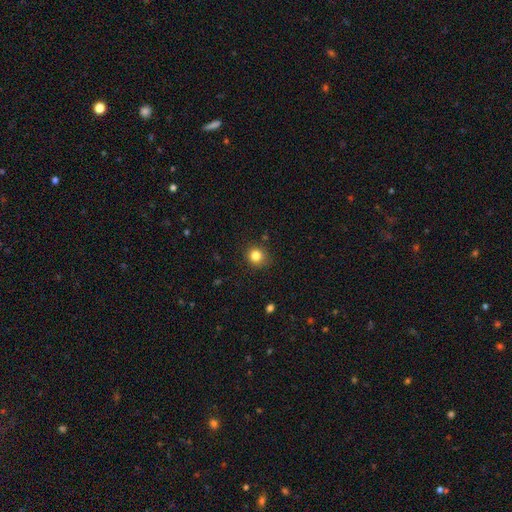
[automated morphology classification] This appears to be a smooth galaxy with no disk features (82%) that is round (86%). Merging: none (87%).